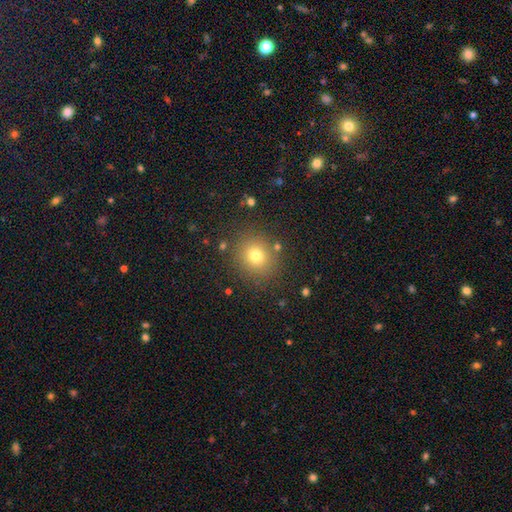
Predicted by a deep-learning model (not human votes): Smooth or featured?
  - smooth: 73% *
  - star or artifact: 18%
  - featured or disk: 10%
How rounded?
  - round: 83% *
  - in between: 16%
  - cigar-shaped: 1%
Merging?
  - none: 85% *
  - minor disturbance: 8%
  - major disturbance: 4%
  - merger: 3%